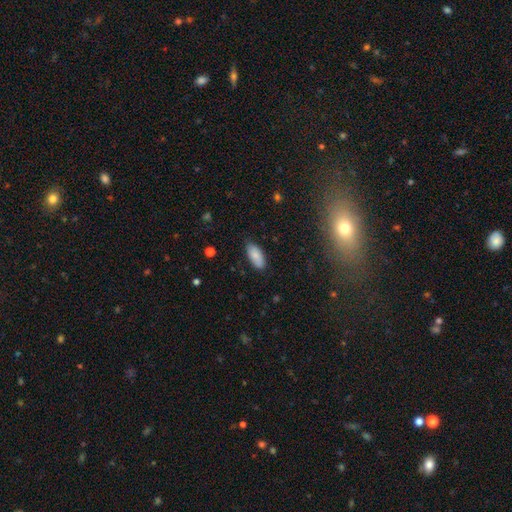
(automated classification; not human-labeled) Q: Smooth or featured?
A: smooth (83%); runner-up: featured or disk (9%)
Q: How rounded?
A: in between (91%); runner-up: cigar-shaped (7%)
Q: Merging?
A: none (79%); runner-up: minor disturbance (17%)